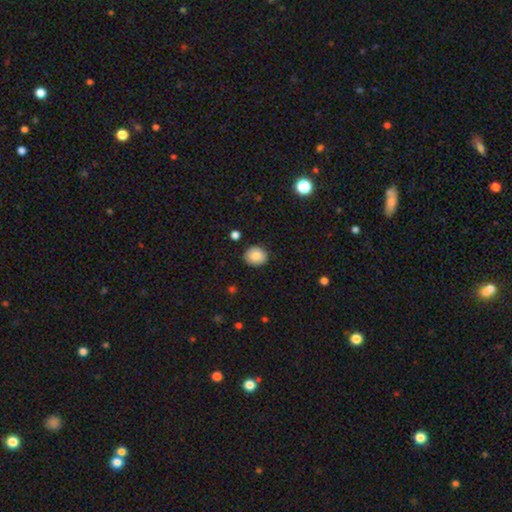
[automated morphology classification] A smooth galaxy with no disk features (84%) that is round (77%).

Vote fractions:
- Smooth or featured? smooth: 84% / star or artifact: 8% / featured or disk: 8%
- How rounded? round: 77% / in between: 22% / cigar-shaped: 1%
- Merging? none: 89% / minor disturbance: 8% / major disturbance: 2% / merger: 1%